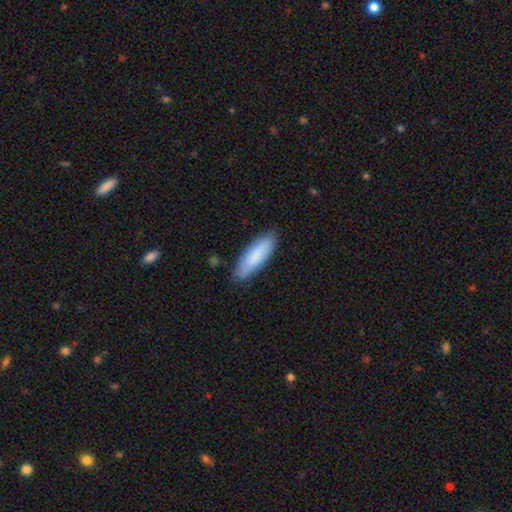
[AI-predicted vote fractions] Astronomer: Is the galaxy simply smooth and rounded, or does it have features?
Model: smooth — 84%.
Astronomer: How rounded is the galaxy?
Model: cigar-shaped — 57% (runner-up: in between, 42%).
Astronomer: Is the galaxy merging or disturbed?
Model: none — 84%.